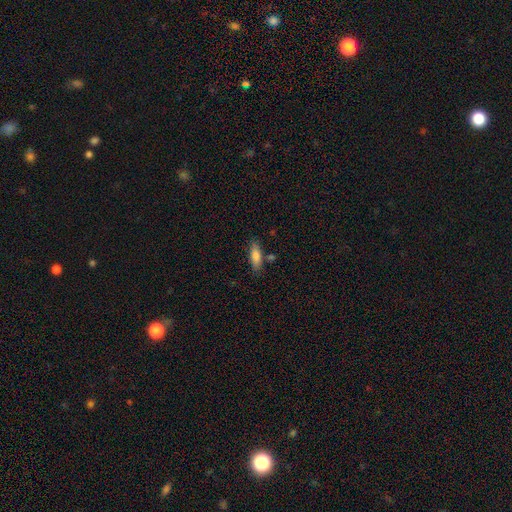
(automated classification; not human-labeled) Overall: smooth (77%). How rounded: in between (57%; cigar-shaped 40%). Merging: none (76%).